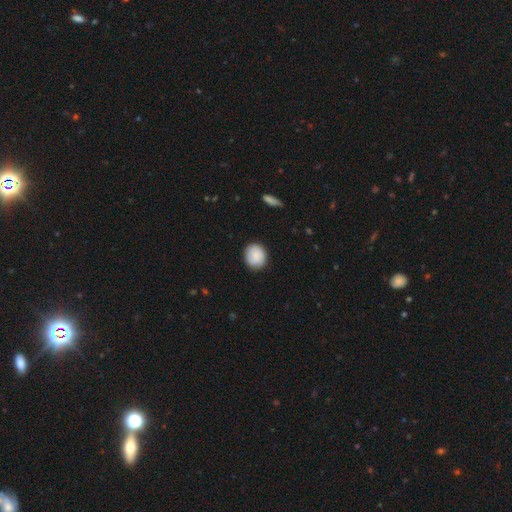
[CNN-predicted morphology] A smooth galaxy with no disk features (85%) that is round (77%).

Vote fractions:
- Smooth or featured? smooth: 85% / featured or disk: 8% / star or artifact: 7%
- How rounded? round: 77% / in between: 22% / cigar-shaped: 1%
- Merging? none: 84% / minor disturbance: 12% / major disturbance: 2% / merger: 1%